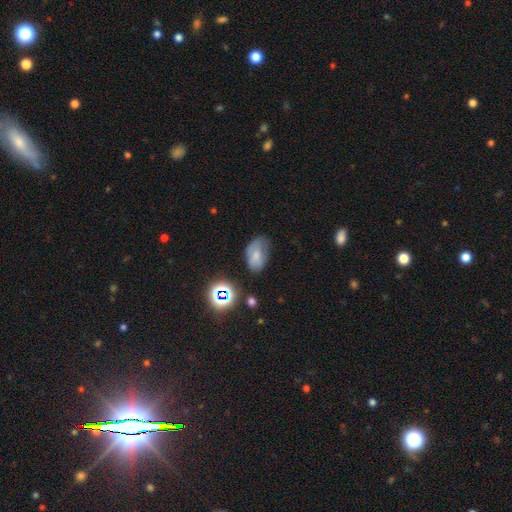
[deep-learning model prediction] smooth_or_featured: smooth (p=0.64) [alt: featured or disk p=0.21]
how_rounded: in between (p=0.87) [alt: round p=0.12]
merging: none (p=0.50) [alt: minor disturbance p=0.34]